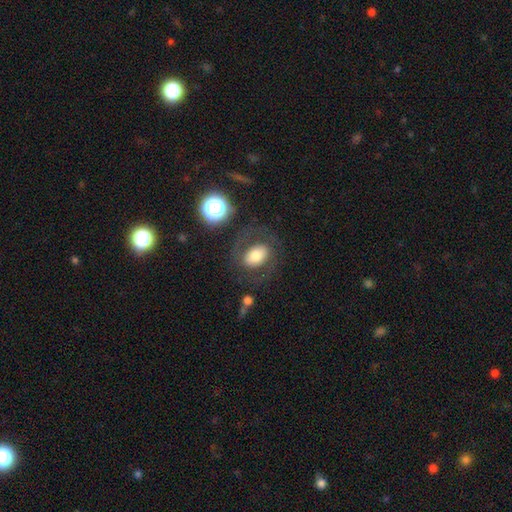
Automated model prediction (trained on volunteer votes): Q: Smooth or featured?
A: smooth (57%); runner-up: featured or disk (33%)
Q: How rounded?
A: in between (74%); runner-up: round (25%)
Q: Merging?
A: none (68%); runner-up: major disturbance (15%)